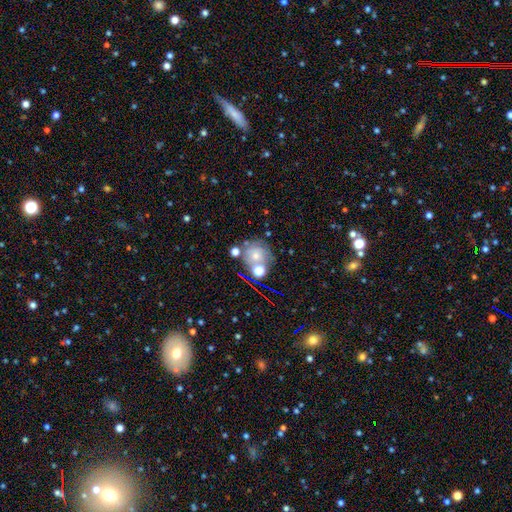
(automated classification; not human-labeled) smooth 59%, featured or disk 23%, star or artifact 19%. Down the decision tree: how rounded — round (82%); merging — none (53%).